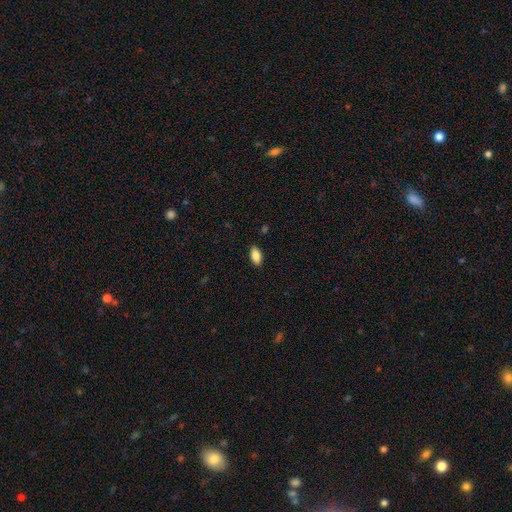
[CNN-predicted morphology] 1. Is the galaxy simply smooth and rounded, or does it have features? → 87% smooth, 7% star or artifact, 6% featured or disk.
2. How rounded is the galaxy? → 92% in between, 5% cigar-shaped, 3% round.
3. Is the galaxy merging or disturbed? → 88% none, 9% minor disturbance, 2% major disturbance, 1% merger.